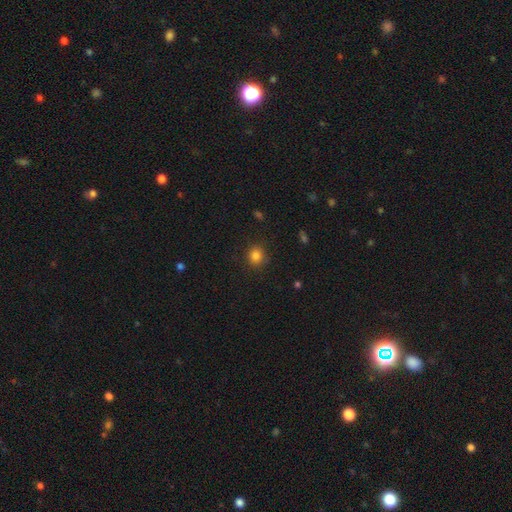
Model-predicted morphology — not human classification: A smooth galaxy with no disk features (83%) that is round (84%). Merging: none (88%).